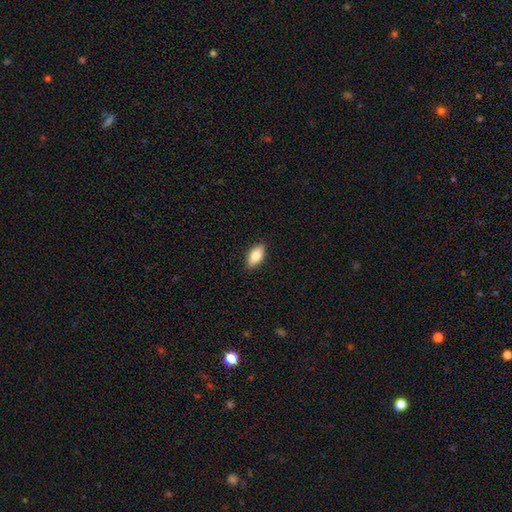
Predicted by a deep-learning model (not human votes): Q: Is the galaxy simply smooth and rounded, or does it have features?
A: smooth — 80%.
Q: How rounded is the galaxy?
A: in between — 88%.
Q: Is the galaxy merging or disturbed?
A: none — 89%.